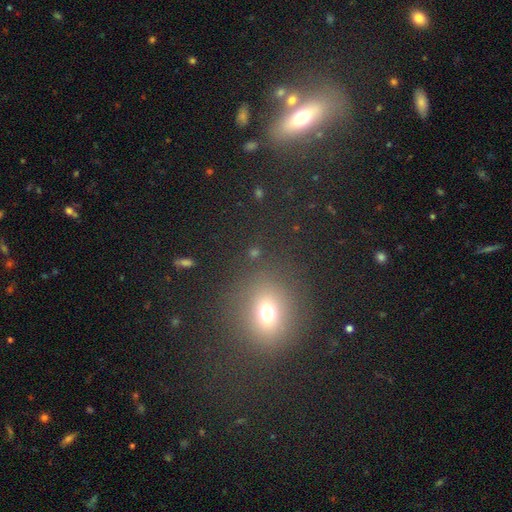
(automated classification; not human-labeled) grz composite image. It shows a smooth galaxy with no disk features (57%) that is round (60%). Merging: none (82%).